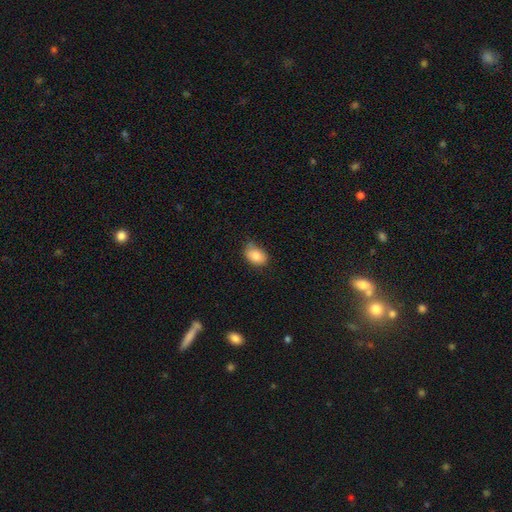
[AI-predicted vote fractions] This appears to be a smooth galaxy with no disk features (85%) that is in between round and cigar-shaped (82%). Merging: none (58%).